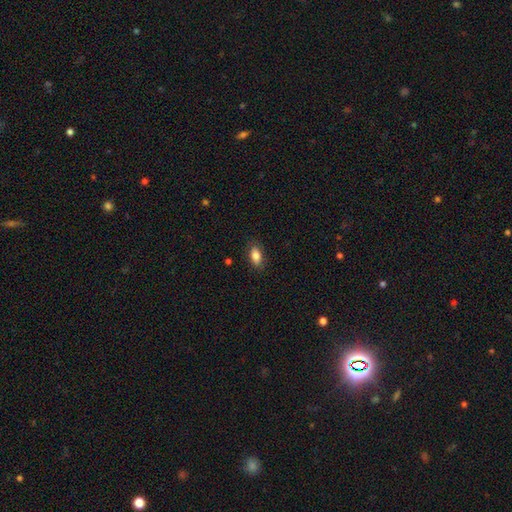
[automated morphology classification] Smooth or featured?
  - smooth: 84% *
  - featured or disk: 9%
  - star or artifact: 8%
How rounded?
  - in between: 88% *
  - cigar-shaped: 7%
  - round: 5%
Merging?
  - none: 85% *
  - minor disturbance: 12%
  - major disturbance: 3%
  - merger: 1%